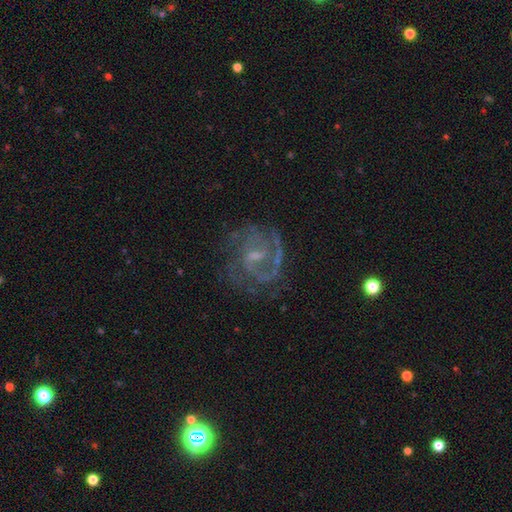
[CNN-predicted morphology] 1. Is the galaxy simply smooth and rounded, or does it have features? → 85% featured or disk, 8% star or artifact, 7% smooth.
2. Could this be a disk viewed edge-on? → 98% no, 2% yes.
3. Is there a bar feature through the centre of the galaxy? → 58% weak, 27% no, 14% strong.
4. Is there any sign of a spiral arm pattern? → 94% yes, 6% no.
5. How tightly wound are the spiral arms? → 50% medium, 35% tight, 15% loose.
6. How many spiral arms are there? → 48% 2, 19% 3, 18% can't tell, 7% 1, 4% 4, 4% more than 4.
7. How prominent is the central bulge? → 56% small, 26% moderate, 16% none, 1% large, 1% dominant.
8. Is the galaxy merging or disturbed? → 66% none, 17% minor disturbance, 15% major disturbance, 2% merger.